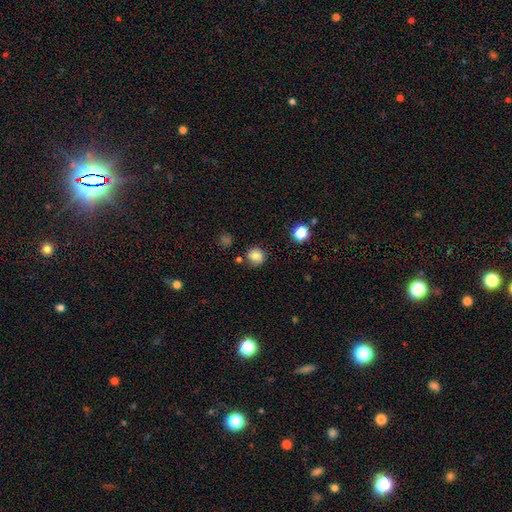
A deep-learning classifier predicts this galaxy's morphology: A smooth galaxy with no disk features (80%) that is round (88%). Merging: none (76%).